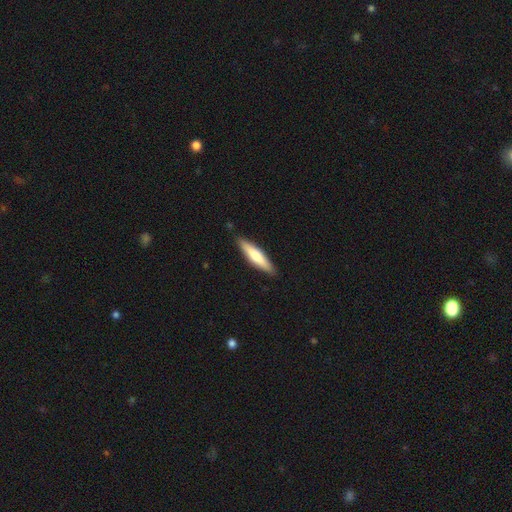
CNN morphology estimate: smooth-or-featured: smooth: 64% | featured or disk: 31% | star or artifact: 5%
  how-rounded: cigar-shaped: 78% | in between: 21% | round: 1%
  merging: none: 88% | minor disturbance: 9% | major disturbance: 2% | merger: 1%